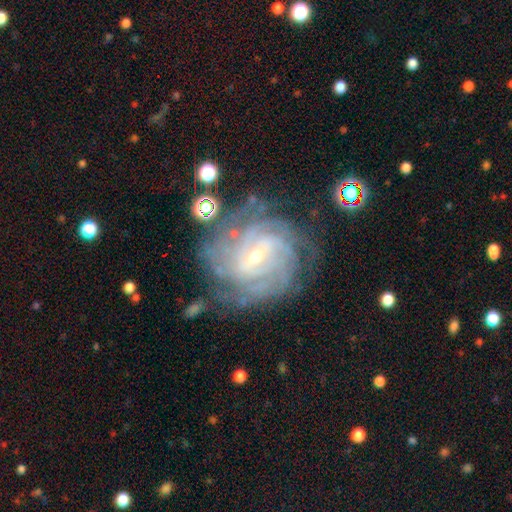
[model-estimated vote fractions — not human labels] Overall: featured or disk (87%). Edge-on disk: no (97%). Bar: weak (53%; strong 25%). Spiral arms: yes (96%). Spiral arm count: can't tell (34%; 4 24%). Spiral winding: tight (72%). Bulge size: small (63%; moderate 33%). Merging: none (72%).